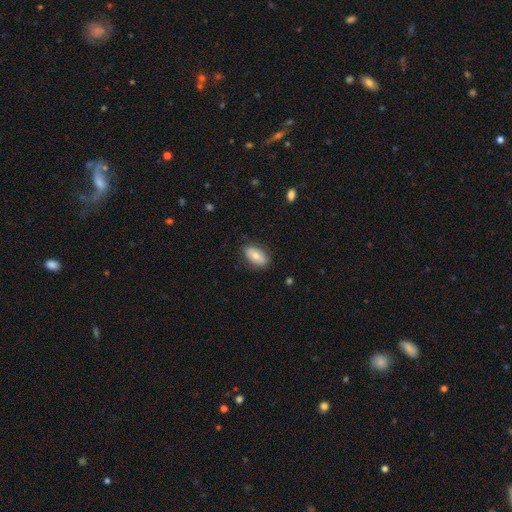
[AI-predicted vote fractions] This appears to be a smooth galaxy with no disk features (70%) that is in between round and cigar-shaped (92%). Merging: none (82%).